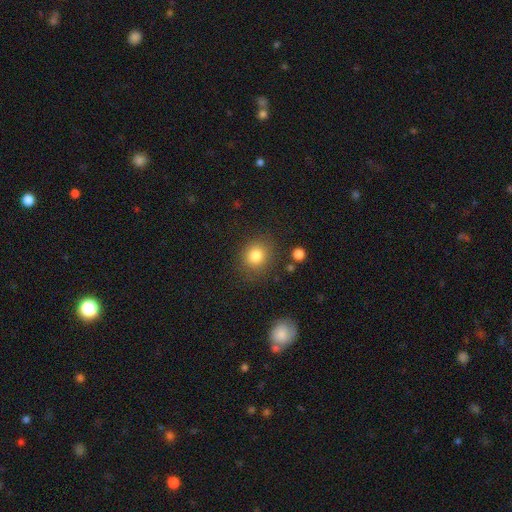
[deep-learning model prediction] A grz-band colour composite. It shows a smooth galaxy with no disk features (83%) that is round (76%). Merging: none (83%).